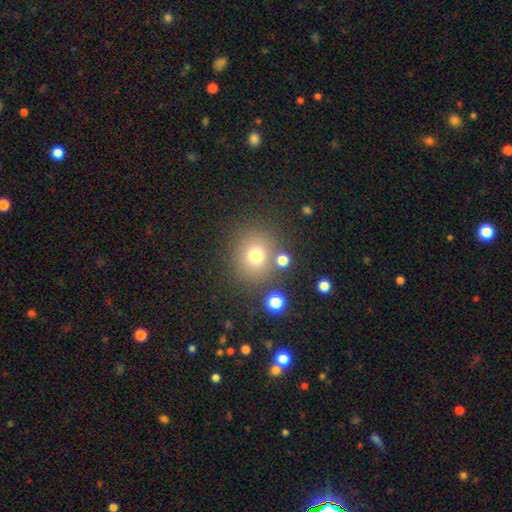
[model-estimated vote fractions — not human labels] Overall: smooth (73%). How rounded: round (84%). Merging: none (78%).